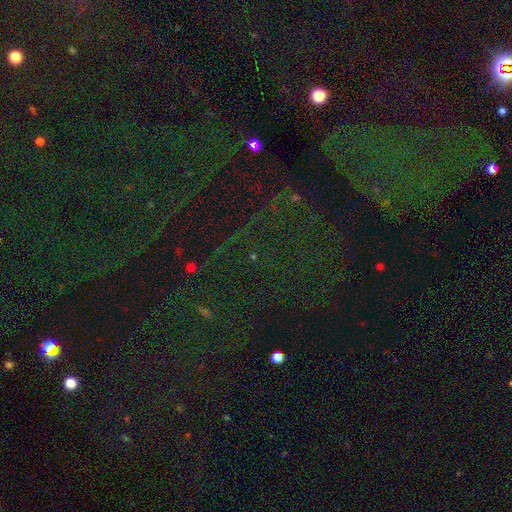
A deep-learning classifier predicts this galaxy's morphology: Smooth or featured? star or artifact (80%)